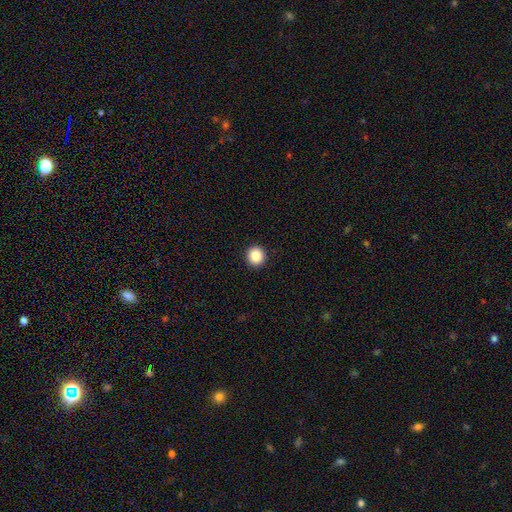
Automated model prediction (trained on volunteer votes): Smooth or featured?
  - smooth: 87% *
  - star or artifact: 9%
  - featured or disk: 4%
How rounded?
  - round: 91% *
  - in between: 8%
  - cigar-shaped: 1%
Merging?
  - none: 93% *
  - minor disturbance: 4%
  - major disturbance: 2%
  - merger: 1%